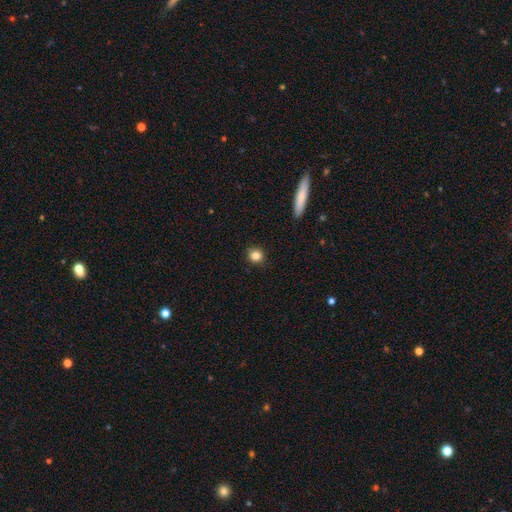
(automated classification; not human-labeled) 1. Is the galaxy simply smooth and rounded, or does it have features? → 84% smooth, 11% star or artifact, 5% featured or disk.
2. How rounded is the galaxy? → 88% round, 10% in between, 1% cigar-shaped.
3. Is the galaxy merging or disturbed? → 90% none, 7% minor disturbance, 2% major disturbance, 1% merger.